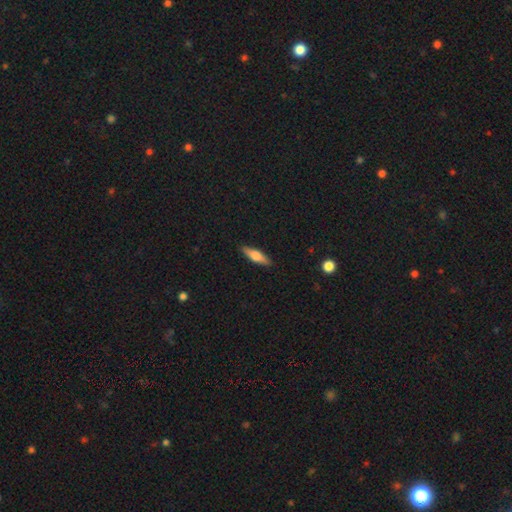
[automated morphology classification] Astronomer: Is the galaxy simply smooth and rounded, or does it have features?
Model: smooth — 57% (runner-up: featured or disk, 37%).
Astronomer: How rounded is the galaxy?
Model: cigar-shaped — 60% (runner-up: in between, 37%).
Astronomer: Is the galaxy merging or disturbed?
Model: none — 89%.